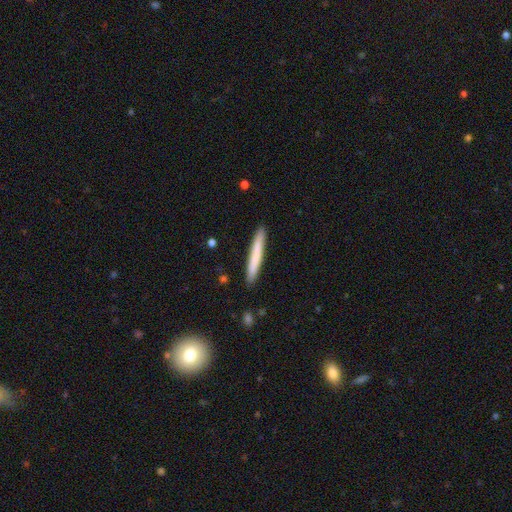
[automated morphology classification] Q: Smooth or featured?
A: smooth (53%); runner-up: featured or disk (37%)
Q: How rounded?
A: cigar-shaped (94%); runner-up: in between (4%)
Q: Merging?
A: none (89%); runner-up: minor disturbance (8%)